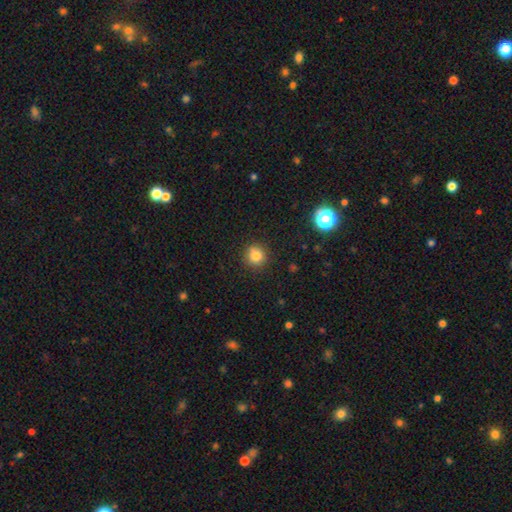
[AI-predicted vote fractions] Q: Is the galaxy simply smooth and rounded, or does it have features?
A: smooth — 81%.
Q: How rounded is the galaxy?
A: round — 91%.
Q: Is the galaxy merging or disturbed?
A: none — 88%.